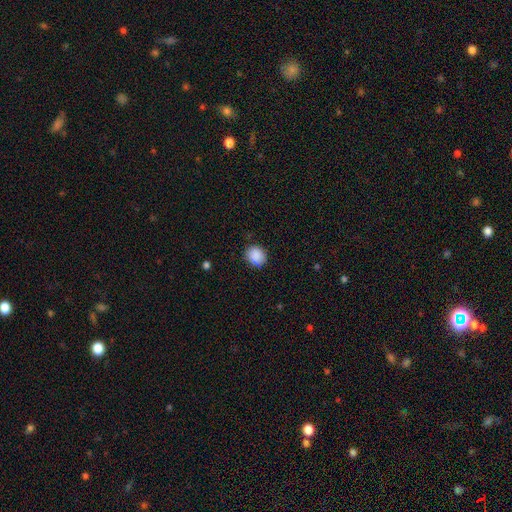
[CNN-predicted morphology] A smooth galaxy with no disk features (89%) that is round (72%).

Vote fractions:
- Smooth or featured? smooth: 89% / star or artifact: 8% / featured or disk: 3%
- How rounded? round: 72% / in between: 27% / cigar-shaped: 1%
- Merging? none: 85% / minor disturbance: 11% / major disturbance: 3% / merger: 1%